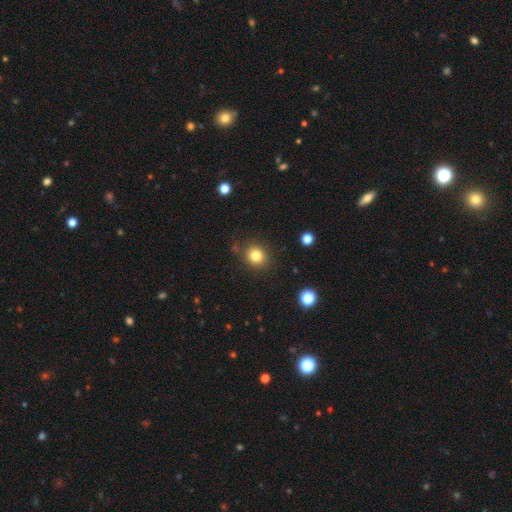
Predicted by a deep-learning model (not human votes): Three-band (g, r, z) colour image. It shows a smooth galaxy with no disk features (81%) that is round (83%). Merging: none (85%).